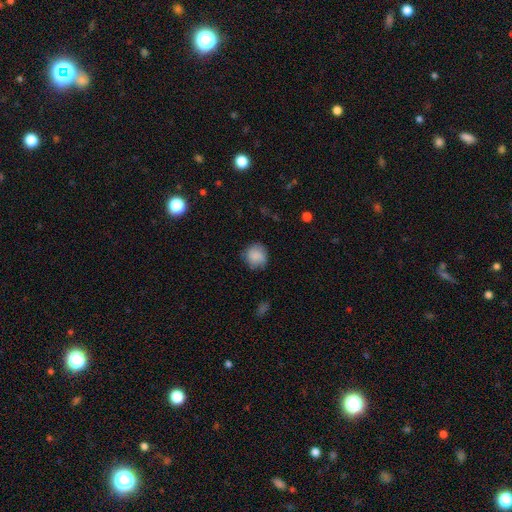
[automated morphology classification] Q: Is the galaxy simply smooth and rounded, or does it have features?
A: smooth — 83%.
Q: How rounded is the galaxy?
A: round — 84%.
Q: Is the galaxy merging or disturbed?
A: none — 73%.